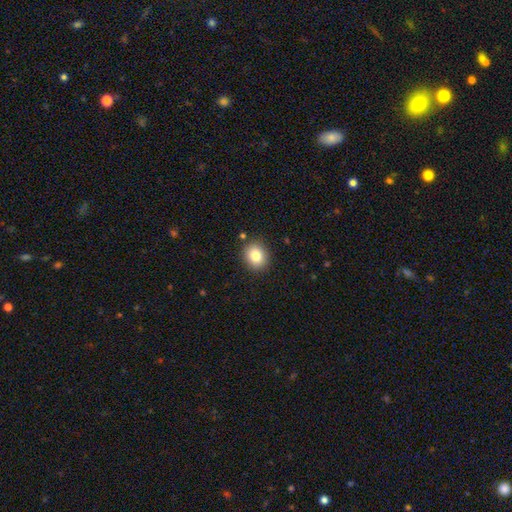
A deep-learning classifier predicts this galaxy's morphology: Q: Smooth or featured?
A: smooth (83%); runner-up: star or artifact (10%)
Q: How rounded?
A: round (73%); runner-up: in between (26%)
Q: Merging?
A: none (88%); runner-up: minor disturbance (8%)